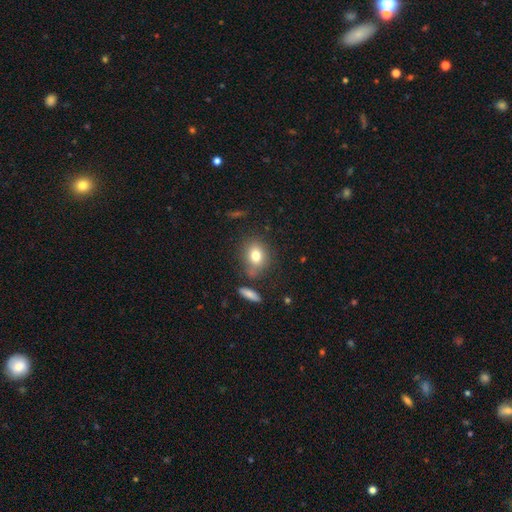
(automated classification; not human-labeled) Overall: smooth (78%). How rounded: round (55%; in between 43%). Merging: none (72%).